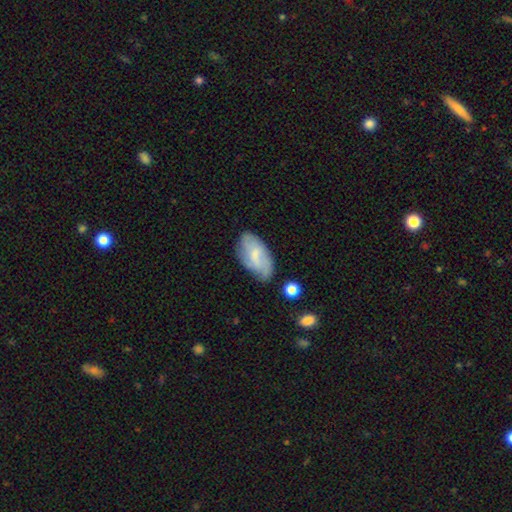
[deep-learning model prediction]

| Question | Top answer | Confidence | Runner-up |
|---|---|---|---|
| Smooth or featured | smooth | 55% | featured or disk (38%) |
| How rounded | in between | 93% | cigar-shaped (4%) |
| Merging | none | 55% | minor disturbance (32%) |